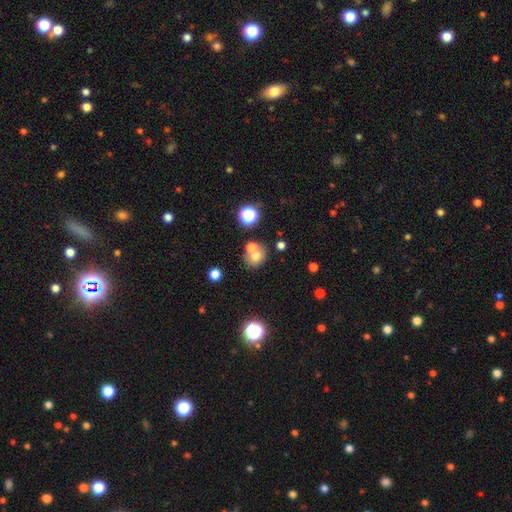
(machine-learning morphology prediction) This is likely a smooth galaxy (68%). How rounded: likely round (68%). Merging: possibly none (49%).